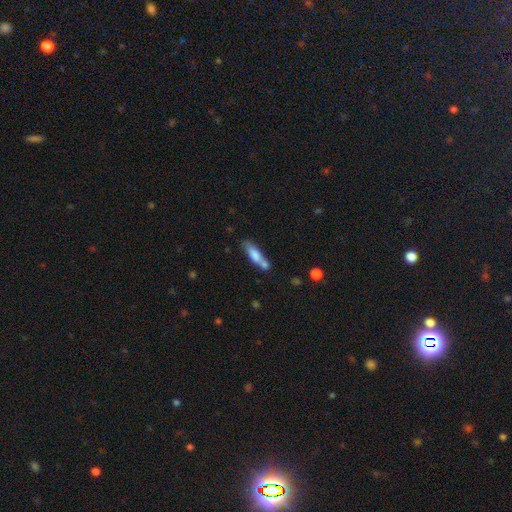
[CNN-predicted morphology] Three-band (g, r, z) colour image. It shows a smooth galaxy with no disk features (73%) that is cigar-shaped (61%). Merging: none (46%).